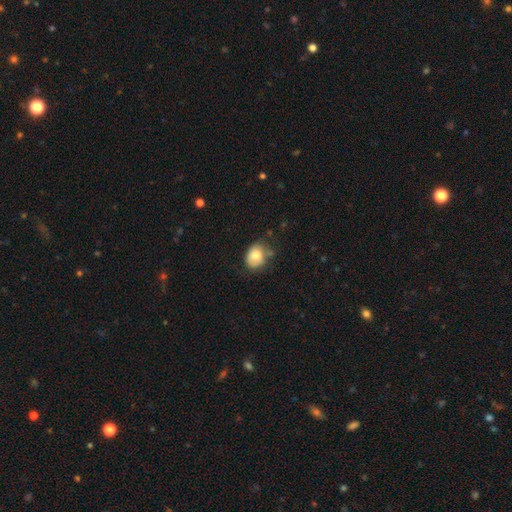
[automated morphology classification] Smooth or featured: smooth — 74% (featured or disk — 18%)
How rounded: in between — 55% (round — 45%)
Merging: none — 52% (minor disturbance — 32%)